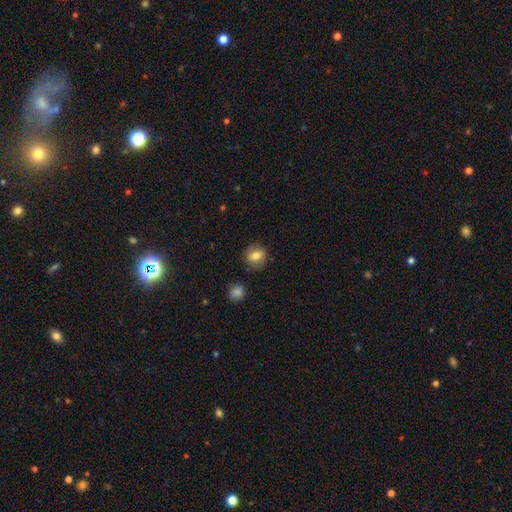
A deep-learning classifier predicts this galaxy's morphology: Smooth or featured: smooth — 78% (featured or disk — 12%)
How rounded: round — 77% (in between — 21%)
Merging: none — 85% (minor disturbance — 10%)